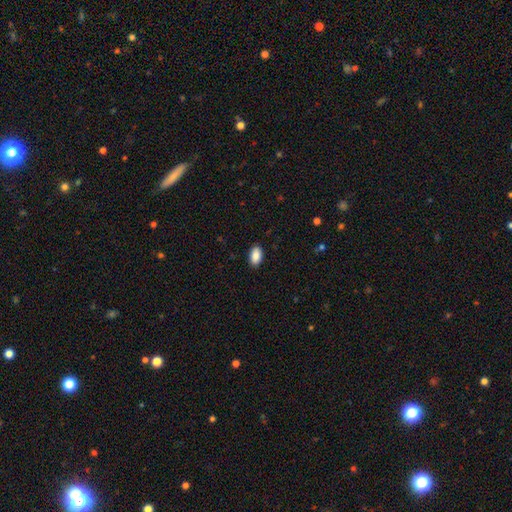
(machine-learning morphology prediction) A smooth galaxy with no disk features (89%) that is in between round and cigar-shaped (94%).

Vote fractions:
- Smooth or featured? smooth: 89% / star or artifact: 7% / featured or disk: 4%
- How rounded? in between: 94% / round: 4% / cigar-shaped: 2%
- Merging? none: 90% / minor disturbance: 8% / major disturbance: 2% / merger: 1%